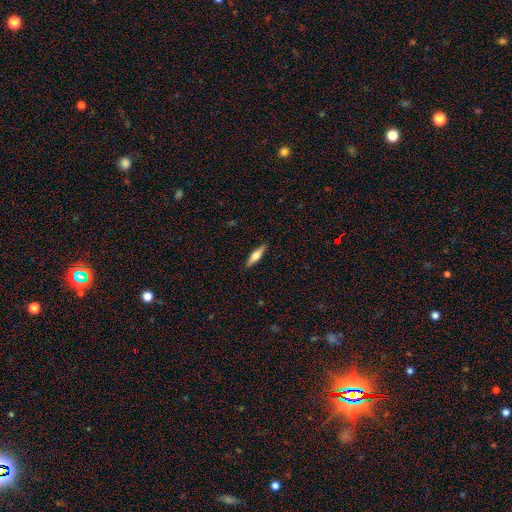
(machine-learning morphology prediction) Smooth or featured? smooth (63%)
How rounded? cigar-shaped (68%)
Merging? none (88%)